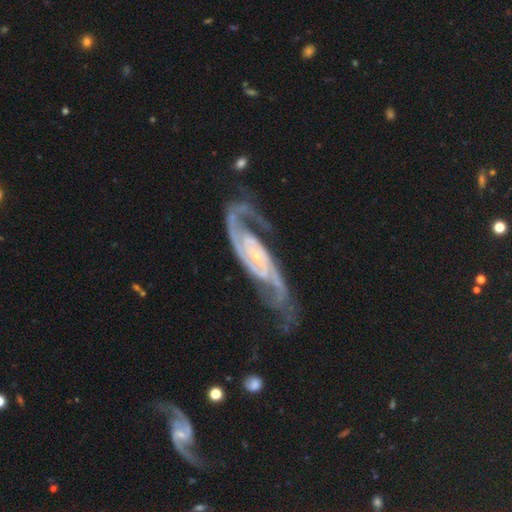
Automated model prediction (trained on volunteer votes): Smooth or featured: featured or disk — 93% (star or artifact — 4%)
Edge-on disk: no — 94% (yes — 6%)
Bar: no — 50% (weak — 31%)
Spiral arms: yes — 98% (no — 2%)
Spiral winding: medium — 52% (tight — 33%)
Spiral arm count: 2 — 90% (3 — 3%)
Bulge size: small — 80% (moderate — 13%)
Merging: none — 62% (minor disturbance — 19%)